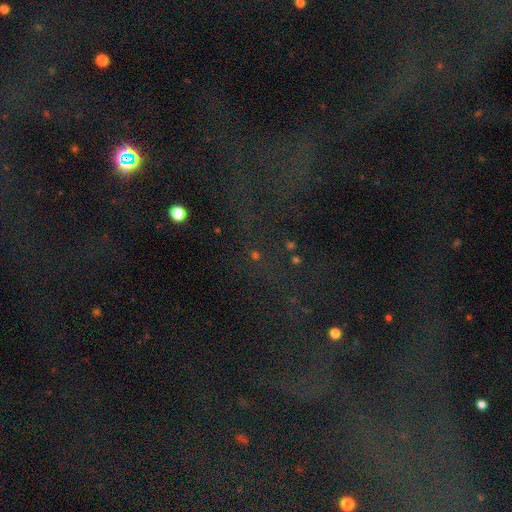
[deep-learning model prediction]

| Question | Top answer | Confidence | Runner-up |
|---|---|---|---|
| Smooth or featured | star or artifact | 69% | smooth (21%) |